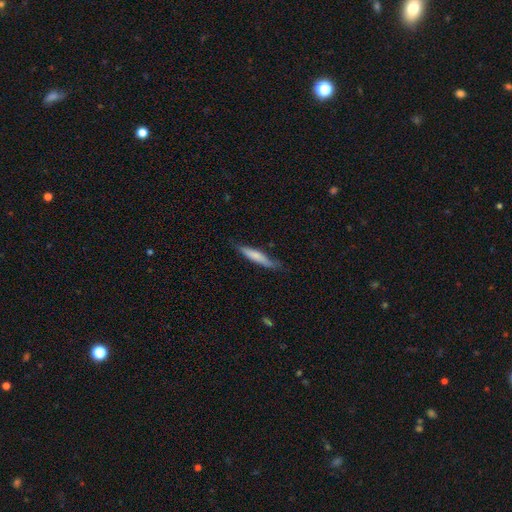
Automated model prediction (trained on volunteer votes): This appears to be a smooth galaxy with no disk features (69%) that is cigar-shaped (87%). Merging: none (72%).